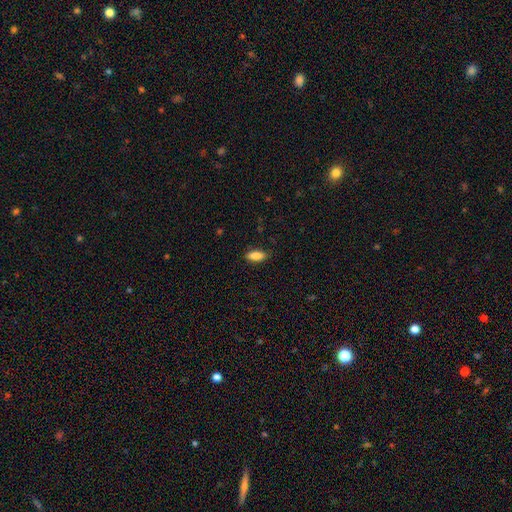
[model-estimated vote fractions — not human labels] Morphology: type=smooth (84%); roundness=in between (77%); merging=none (85%).